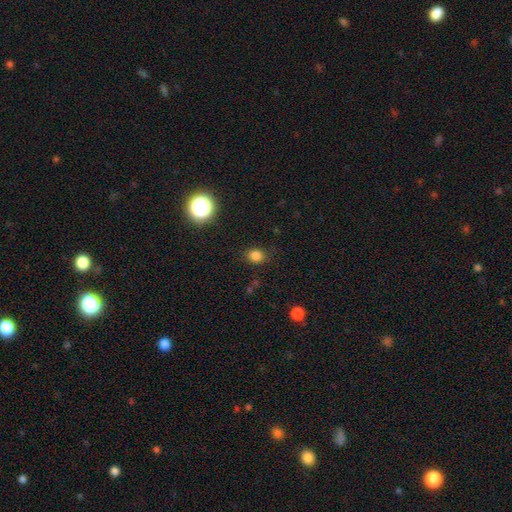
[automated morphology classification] smooth_or_featured: smooth (p=0.80) [alt: star or artifact p=0.15]
how_rounded: round (p=0.59) [alt: in between p=0.39]
merging: none (p=0.83) [alt: minor disturbance p=0.12]